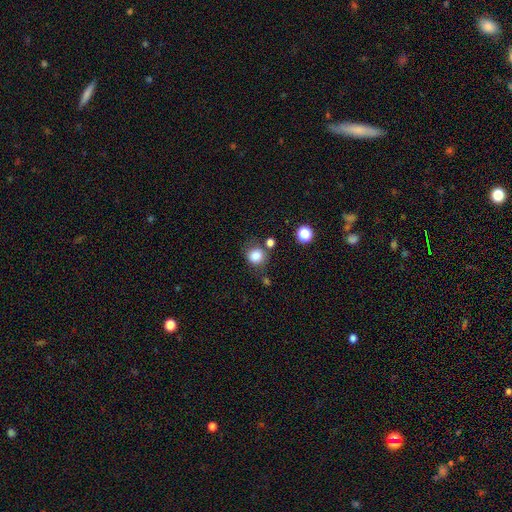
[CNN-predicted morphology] smooth_or_featured: smooth (p=0.84) [alt: star or artifact p=0.11]
how_rounded: round (p=0.86) [alt: in between p=0.13]
merging: none (p=0.72) [alt: minor disturbance p=0.15]